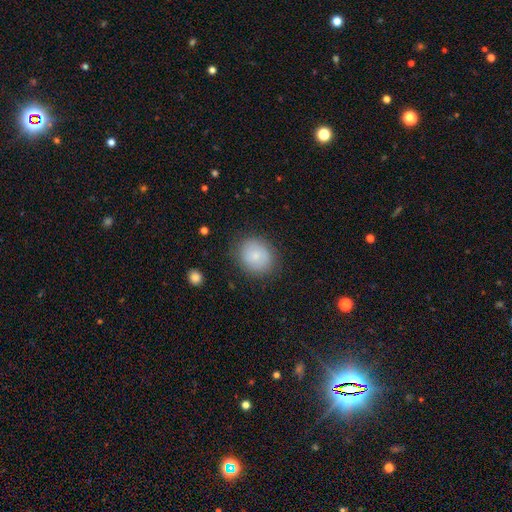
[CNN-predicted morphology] type=smooth (74%); roundness=round (71%); merging=none (83%).